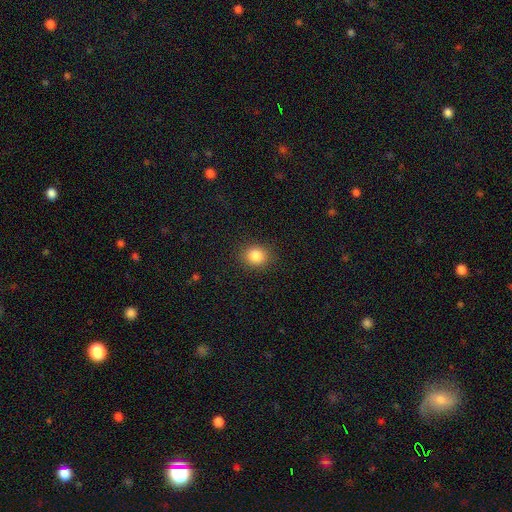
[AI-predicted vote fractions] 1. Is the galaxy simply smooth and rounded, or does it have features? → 85% smooth, 11% star or artifact, 5% featured or disk.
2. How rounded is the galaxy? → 78% round, 21% in between, 1% cigar-shaped.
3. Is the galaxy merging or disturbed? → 89% none, 7% minor disturbance, 3% major disturbance, 1% merger.